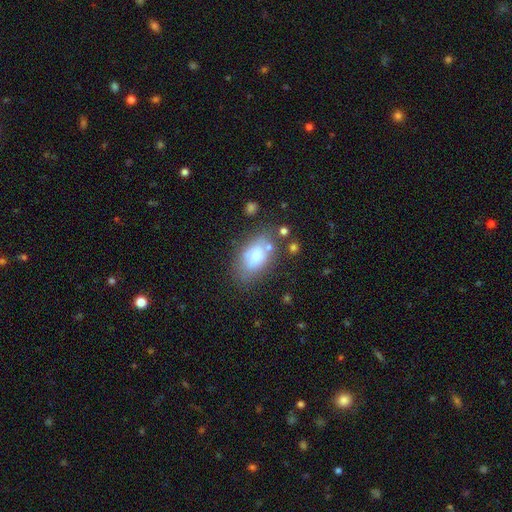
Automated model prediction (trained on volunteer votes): Overall: smooth (68%). How rounded: in between (89%). Merging: none (48%; minor disturbance 25%).